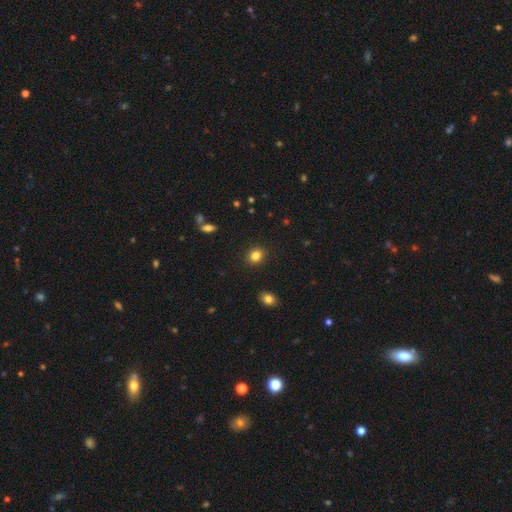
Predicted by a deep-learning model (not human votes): Smooth or featured?
  - smooth: 84% *
  - star or artifact: 11%
  - featured or disk: 5%
How rounded?
  - round: 59% *
  - in between: 40%
  - cigar-shaped: 1%
Merging?
  - none: 90% *
  - minor disturbance: 6%
  - major disturbance: 2%
  - merger: 1%